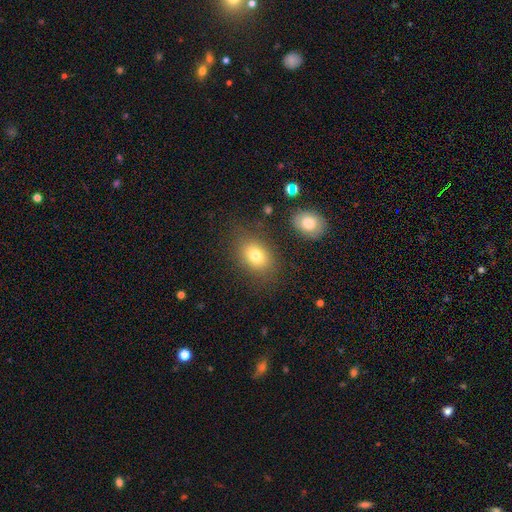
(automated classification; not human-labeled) Smooth or featured? smooth (77%)
How rounded? in between (68%)
Merging? none (77%)